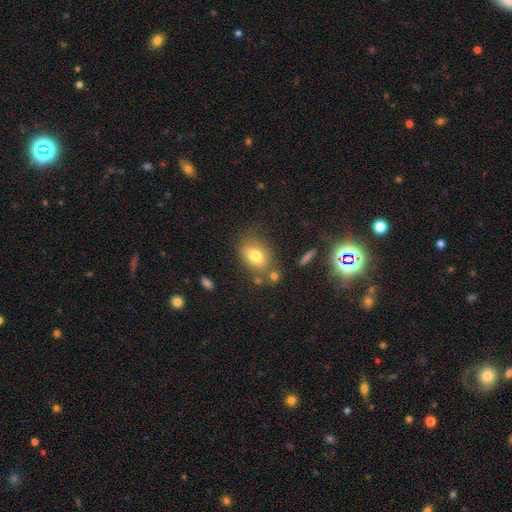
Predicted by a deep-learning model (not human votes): Overall: smooth (74%). How rounded: in between (79%). Merging: none (66%).